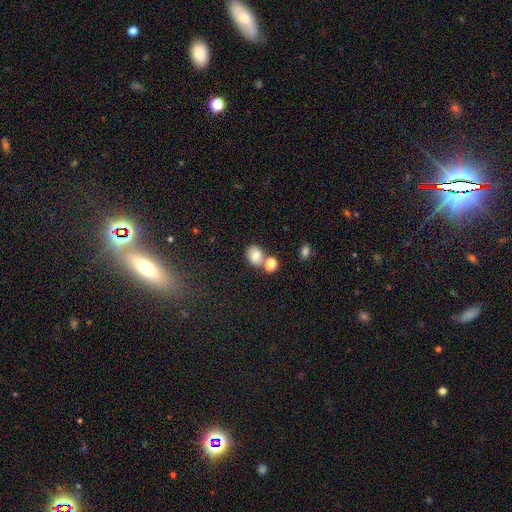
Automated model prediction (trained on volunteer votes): A smooth galaxy with no disk features (79%) that is in between round and cigar-shaped (57%). Merging: none (63%).